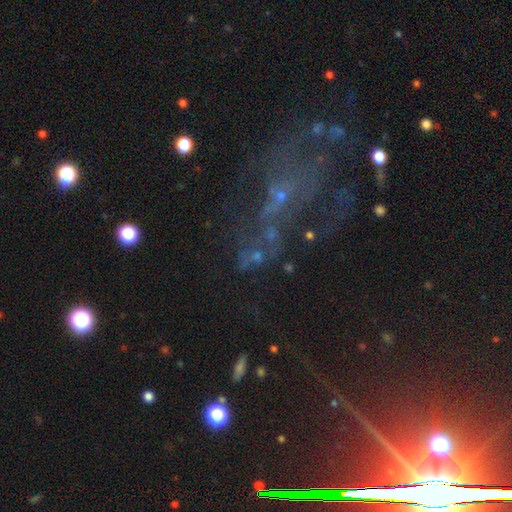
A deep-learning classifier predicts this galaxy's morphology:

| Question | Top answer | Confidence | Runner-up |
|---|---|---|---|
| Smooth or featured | star or artifact | 40% | featured or disk (38%) |